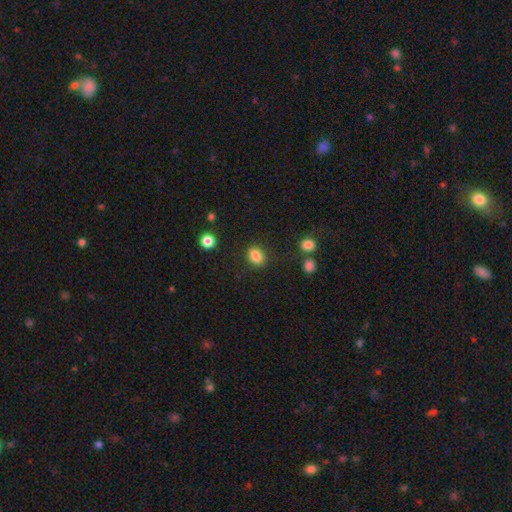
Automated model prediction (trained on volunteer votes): A smooth galaxy with no disk features (86%) that is in between round and cigar-shaped (68%).

Vote fractions:
- Smooth or featured? smooth: 86% / star or artifact: 10% / featured or disk: 4%
- How rounded? in between: 68% / round: 31% / cigar-shaped: 1%
- Merging? none: 84% / minor disturbance: 10% / major disturbance: 3% / merger: 3%